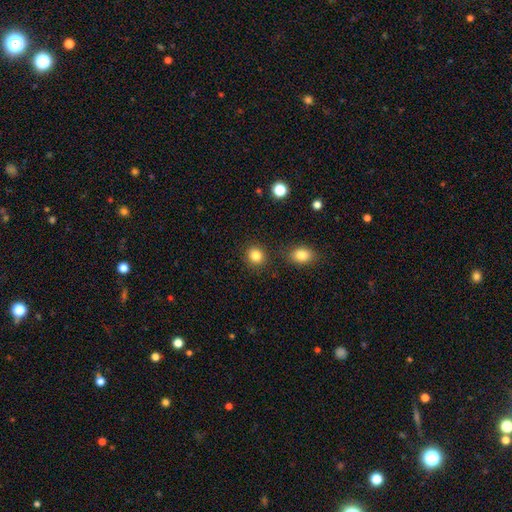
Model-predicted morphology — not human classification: type=smooth (85%); roundness=round (82%); merging=none (86%).